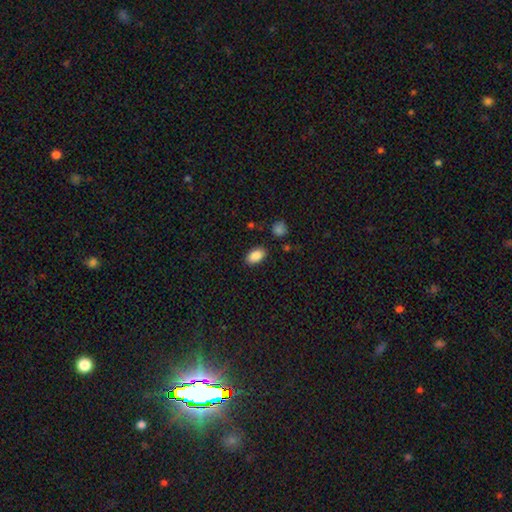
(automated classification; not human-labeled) A smooth galaxy with no disk features (87%) that is in between round and cigar-shaped (91%).

Vote fractions:
- Smooth or featured? smooth: 87% / star or artifact: 8% / featured or disk: 5%
- How rounded? in between: 91% / round: 7% / cigar-shaped: 2%
- Merging? none: 86% / minor disturbance: 9% / major disturbance: 3% / merger: 2%